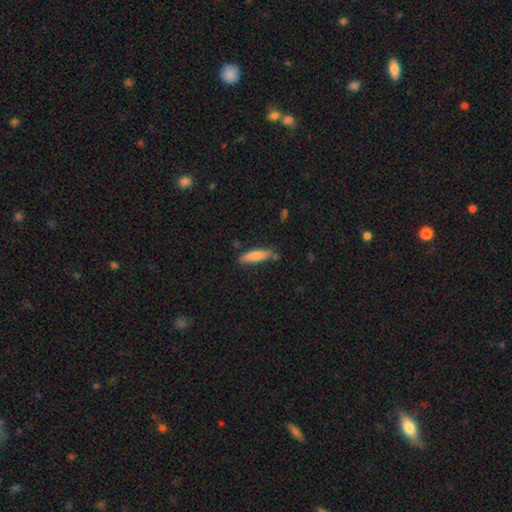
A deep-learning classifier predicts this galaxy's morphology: Q: Smooth or featured?
A: smooth (78%); runner-up: featured or disk (16%)
Q: How rounded?
A: cigar-shaped (75%); runner-up: in between (23%)
Q: Merging?
A: none (73%); runner-up: minor disturbance (19%)